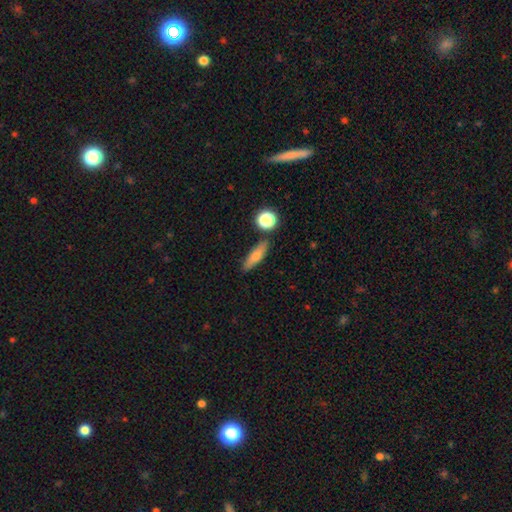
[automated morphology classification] type=smooth (66%); roundness=cigar-shaped (59%); merging=none (83%).